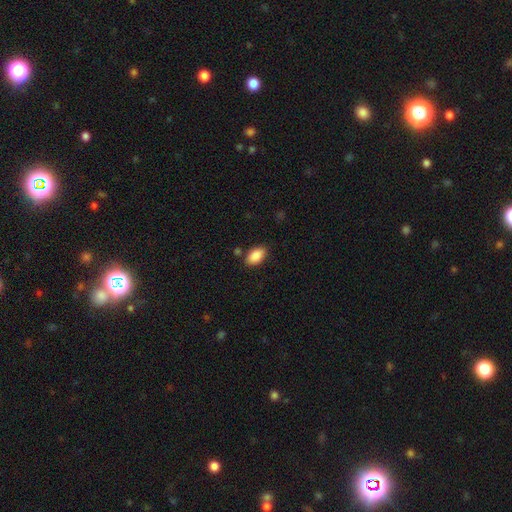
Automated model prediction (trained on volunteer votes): smooth 88%, star or artifact 7%, featured or disk 5%. Down the decision tree: how rounded — in between (93%); merging — none (82%).